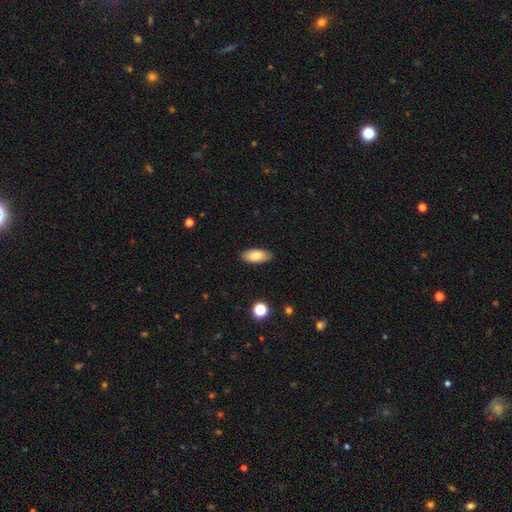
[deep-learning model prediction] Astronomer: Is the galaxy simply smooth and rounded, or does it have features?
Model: smooth — 81%.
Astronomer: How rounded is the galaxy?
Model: in between — 89%.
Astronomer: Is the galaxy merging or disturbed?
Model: none — 87%.